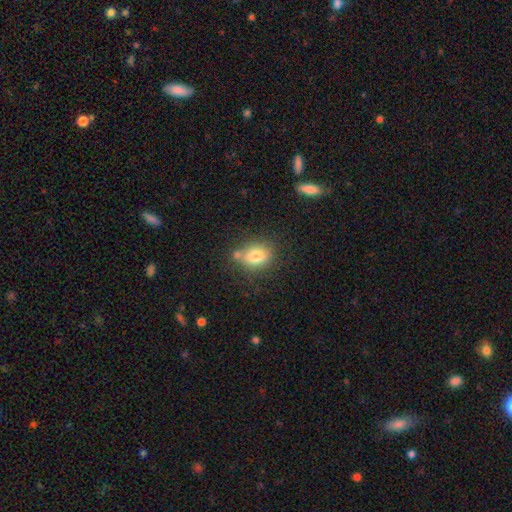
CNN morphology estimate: This is likely a smooth galaxy (78%). How rounded: possibly in between (56%). Merging: likely none (62%).